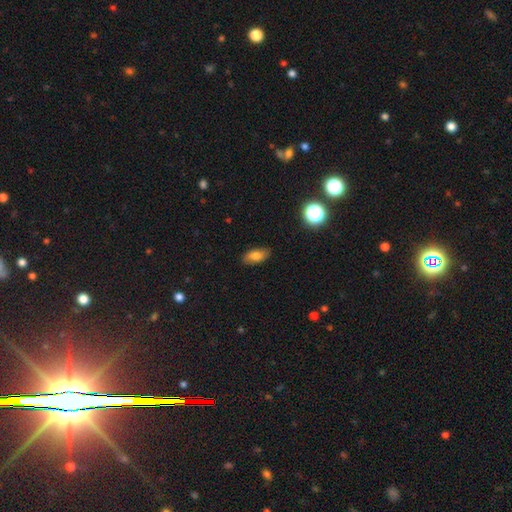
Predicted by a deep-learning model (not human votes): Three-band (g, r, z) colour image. It shows a smooth galaxy with no disk features (77%) that is in between round and cigar-shaped (88%). Merging: none (85%).